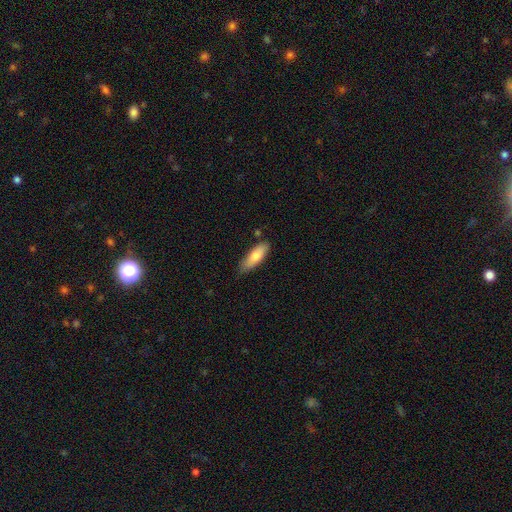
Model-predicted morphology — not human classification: Smooth or featured? Predicted: smooth (p=0.77). How rounded? Predicted: in between (p=0.58). Merging? Predicted: none (p=0.76).